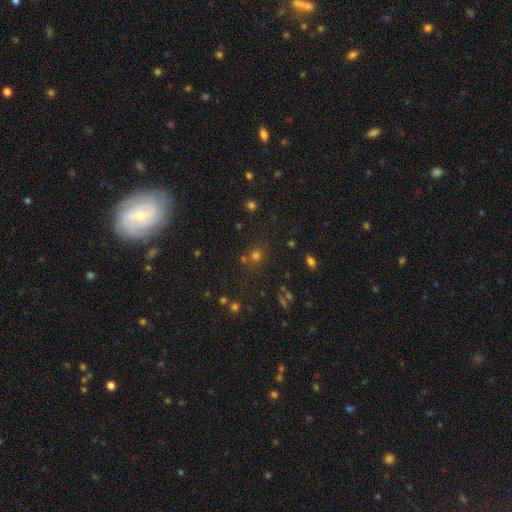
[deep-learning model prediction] Smooth or featured? smooth (60%)
How rounded? round (86%)
Merging? none (75%)